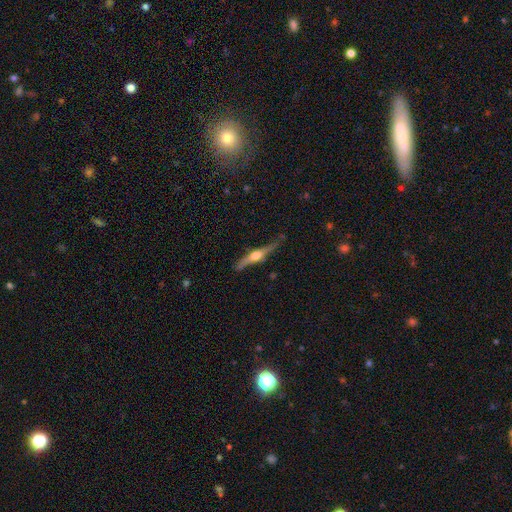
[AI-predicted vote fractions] The model was most divided on "smooth or featured": featured or disk: 76%, smooth: 19%, star or artifact: 5%. More confident: edge-on disk — yes (97%); edge-on bulge — rounded (93%); merging — none (78%).